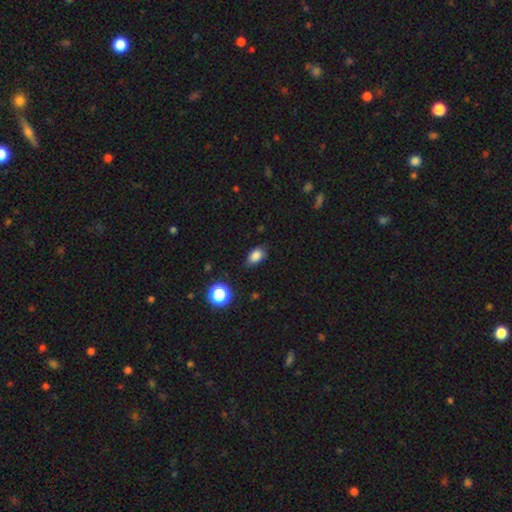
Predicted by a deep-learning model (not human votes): Q: Smooth or featured?
A: smooth (84%); runner-up: star or artifact (11%)
Q: How rounded?
A: in between (83%); runner-up: round (15%)
Q: Merging?
A: none (77%); runner-up: minor disturbance (18%)